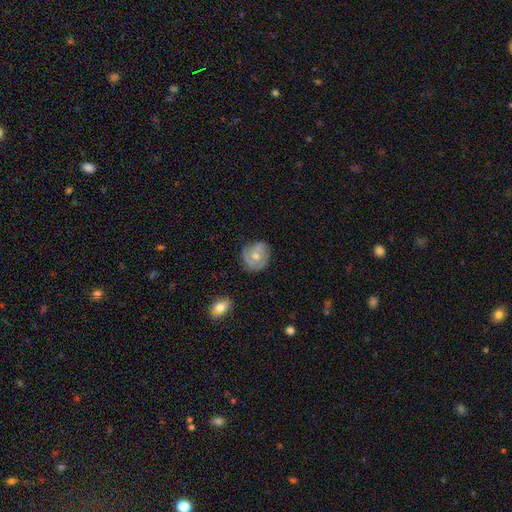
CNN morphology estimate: Overall: smooth (52%; featured or disk 41%). How rounded: round (81%). Merging: none (69%).